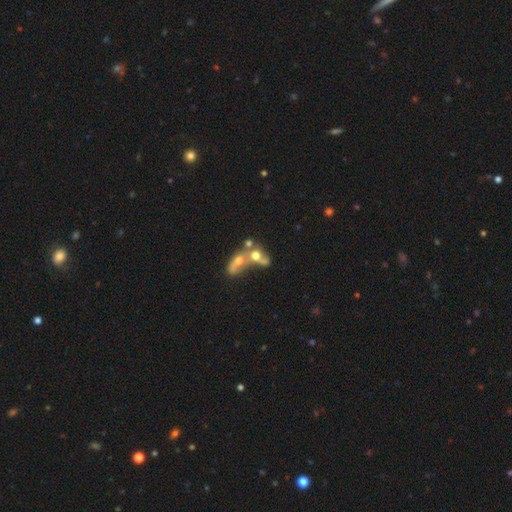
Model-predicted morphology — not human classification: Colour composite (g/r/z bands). It shows a smooth galaxy with no disk features (45%). Merging: merger (73%).